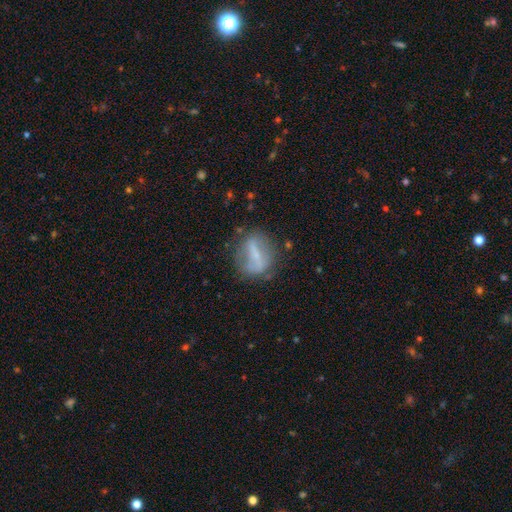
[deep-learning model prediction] This is possibly a featured or disk galaxy (54%). It is clearly not viewed edge-on (88%). Merging: likely none (66%).